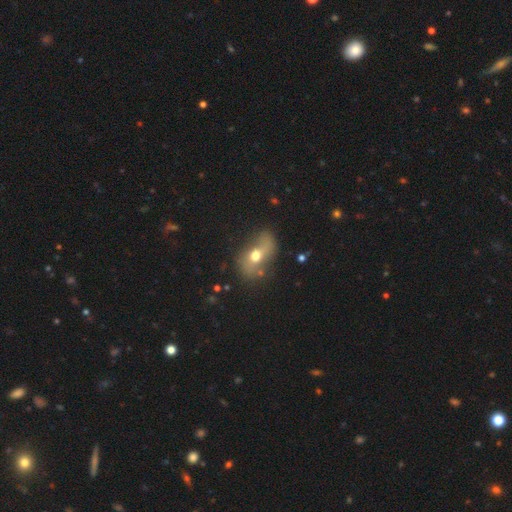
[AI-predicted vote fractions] This is possibly a featured or disk galaxy (46%). Merging: possibly none (52%).